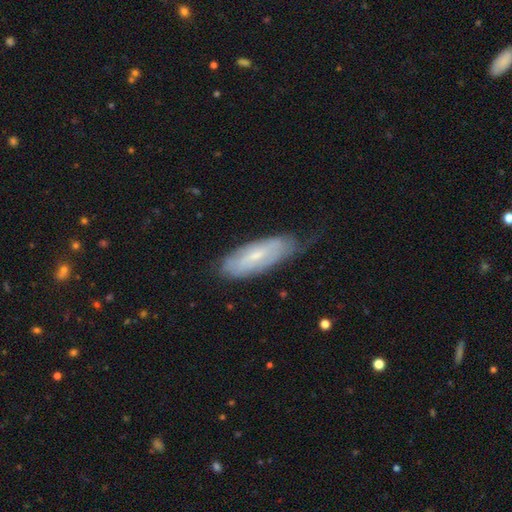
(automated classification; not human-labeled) Q: Smooth or featured?
A: featured or disk (55%); runner-up: smooth (38%)
Q: Edge-on disk?
A: no (79%); runner-up: yes (21%)
Q: Merging?
A: none (53%); runner-up: minor disturbance (33%)